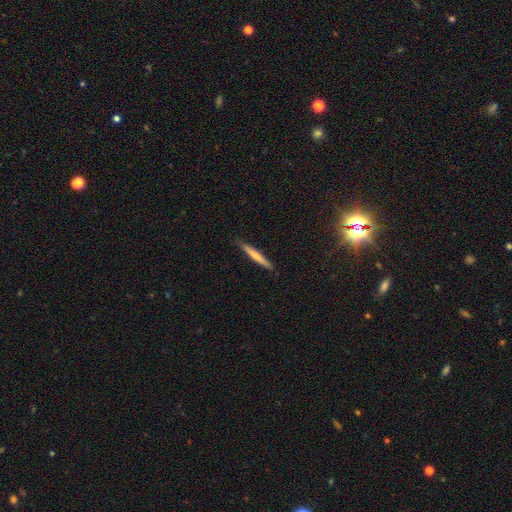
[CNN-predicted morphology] Smooth or featured? Predicted: smooth (p=0.61). How rounded? Predicted: cigar-shaped (p=0.95). Merging? Predicted: none (p=0.87).